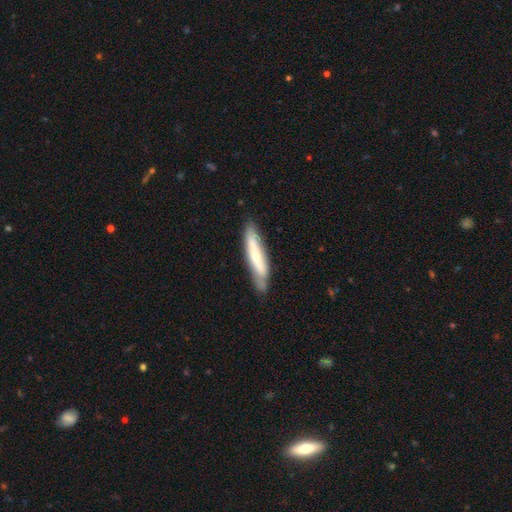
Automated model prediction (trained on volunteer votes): smooth_or_featured: smooth (p=0.49) [alt: featured or disk p=0.45]
merging: none (p=0.76) [alt: minor disturbance p=0.18]